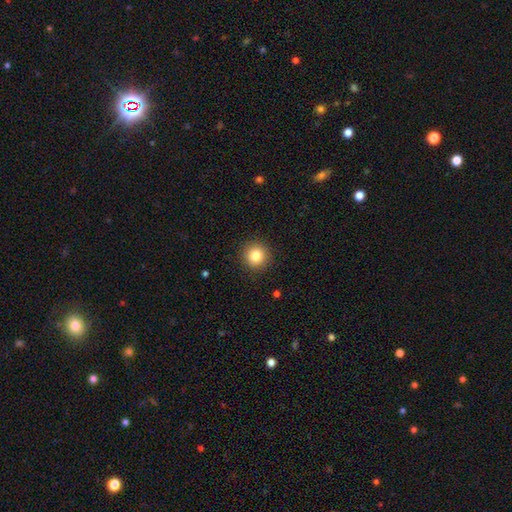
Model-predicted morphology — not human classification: This appears to be a smooth galaxy with no disk features (83%) that is round (94%). Merging: none (92%).